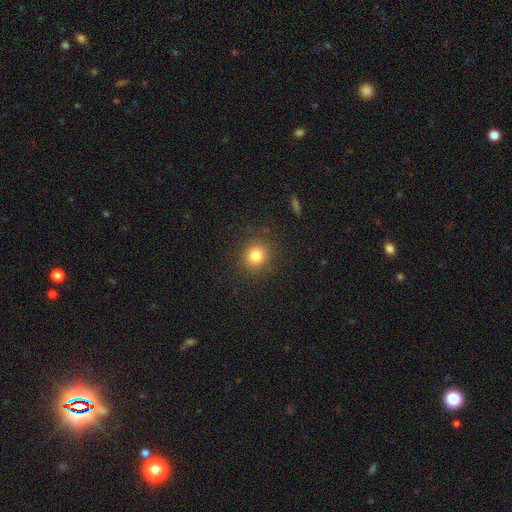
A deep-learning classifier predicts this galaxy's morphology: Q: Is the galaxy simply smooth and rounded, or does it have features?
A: smooth — 81%.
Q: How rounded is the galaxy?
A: round — 88%.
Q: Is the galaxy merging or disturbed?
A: none — 89%.